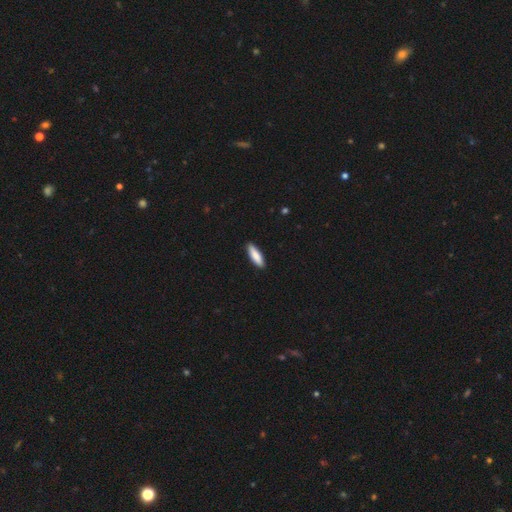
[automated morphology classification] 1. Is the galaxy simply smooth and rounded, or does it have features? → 85% smooth, 10% featured or disk, 5% star or artifact.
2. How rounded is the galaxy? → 60% cigar-shaped, 39% in between, 2% round.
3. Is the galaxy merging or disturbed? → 90% none, 8% minor disturbance, 1% major disturbance, 1% merger.